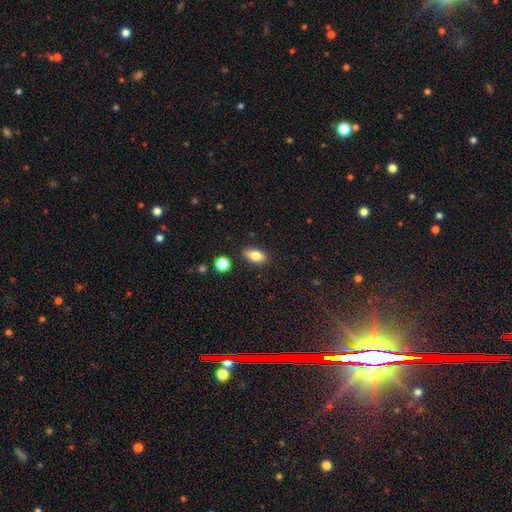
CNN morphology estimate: Smooth or featured: smooth — 80% (featured or disk — 11%)
How rounded: in between — 86% (cigar-shaped — 8%)
Merging: none — 84% (minor disturbance — 11%)